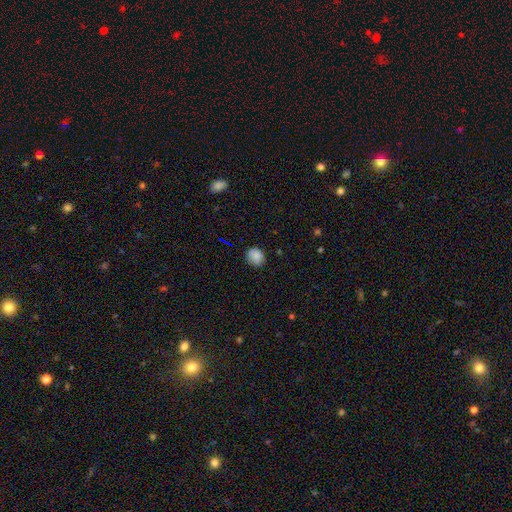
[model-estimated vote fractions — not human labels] A smooth galaxy with no disk features (85%) that is round (71%).

Vote fractions:
- Smooth or featured? smooth: 85% / star or artifact: 10% / featured or disk: 5%
- How rounded? round: 71% / in between: 28% / cigar-shaped: 1%
- Merging? none: 78% / minor disturbance: 17% / major disturbance: 3% / merger: 1%